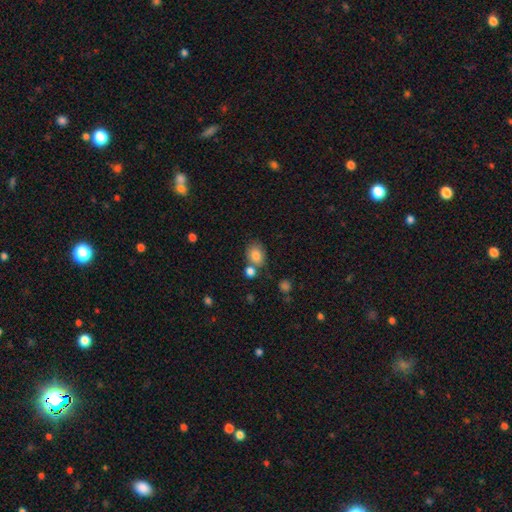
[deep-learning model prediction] smooth 83%, star or artifact 10%, featured or disk 8%. Down the decision tree: how rounded — in between (56%); merging — none (60%).